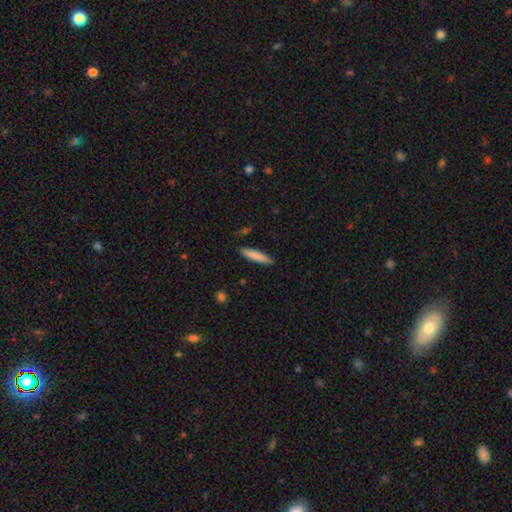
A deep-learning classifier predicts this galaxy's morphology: The model was most divided on "smooth or featured": smooth: 82%, featured or disk: 12%, star or artifact: 6%. More confident: how rounded — cigar-shaped (89%); merging — none (88%).